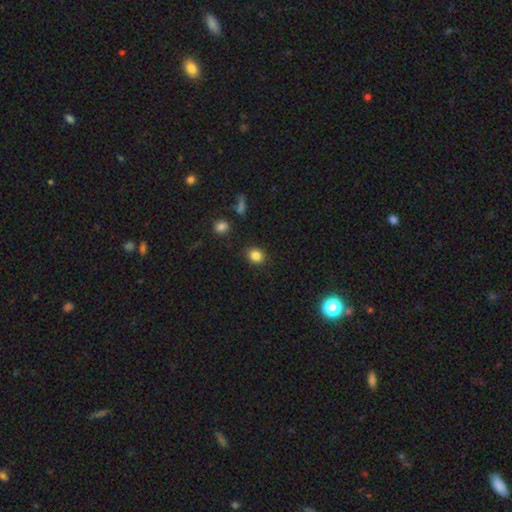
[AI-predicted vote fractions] Q: Smooth or featured?
A: smooth (84%); runner-up: star or artifact (11%)
Q: How rounded?
A: round (64%); runner-up: in between (35%)
Q: Merging?
A: none (88%); runner-up: minor disturbance (8%)